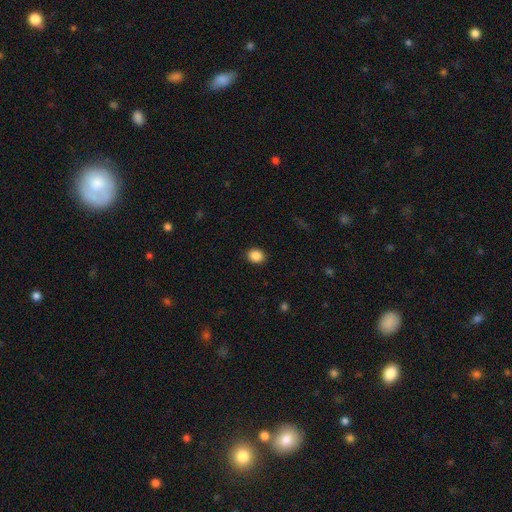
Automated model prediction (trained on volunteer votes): Morphology: type=smooth (87%); roundness=round (59%); merging=none (90%).